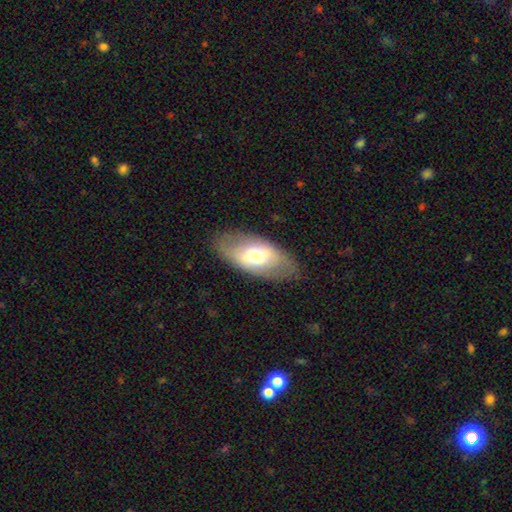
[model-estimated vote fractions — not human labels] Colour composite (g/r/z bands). It shows a smooth galaxy with no disk features (51%) that is in between round and cigar-shaped (90%). Merging: none (80%).